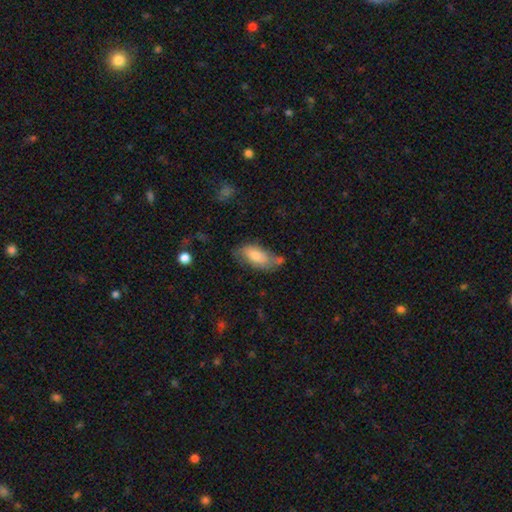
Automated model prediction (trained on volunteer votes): smooth 73%, featured or disk 21%, star or artifact 6%. Down the decision tree: how rounded — in between (88%); merging — none (50%).